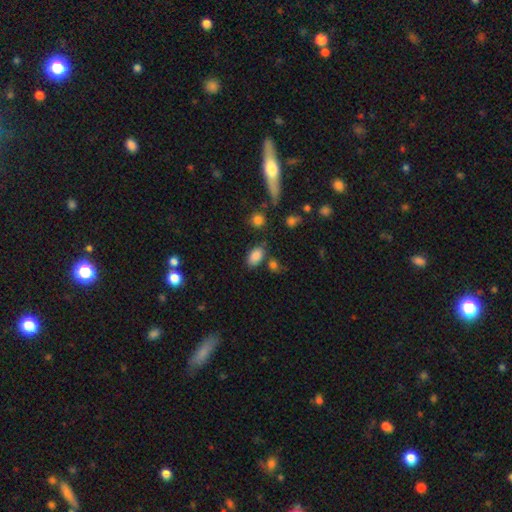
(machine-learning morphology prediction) Smooth or featured: smooth — 85% (star or artifact — 10%)
How rounded: in between — 90% (round — 8%)
Merging: none — 74% (minor disturbance — 14%)